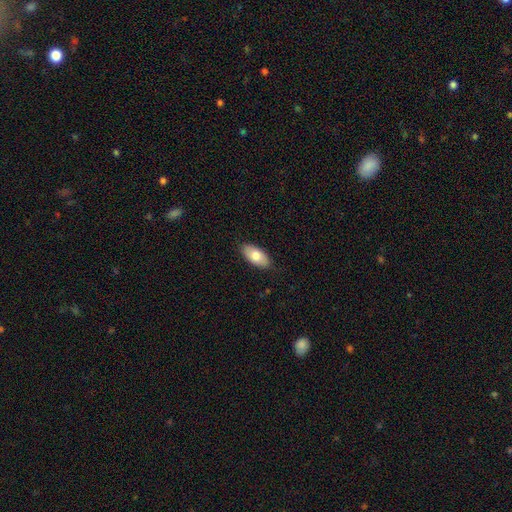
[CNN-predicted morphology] This appears to be a smooth galaxy with no disk features (75%) that is in between round and cigar-shaped (93%). Merging: none (86%).